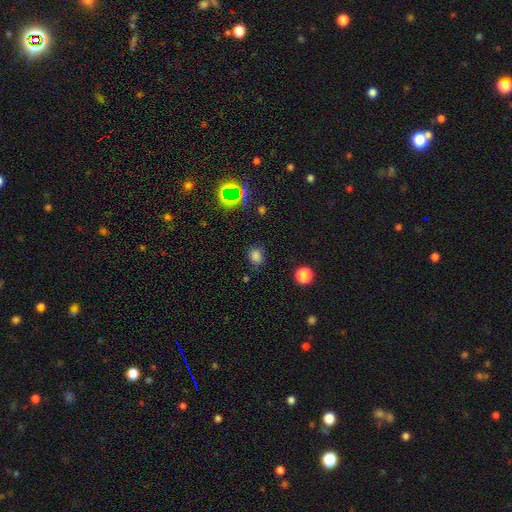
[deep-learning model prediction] A smooth galaxy with no disk features (76%) that is round (69%). Merging: none (78%).